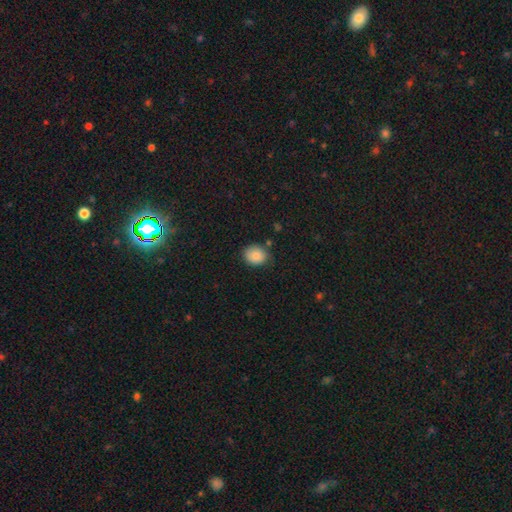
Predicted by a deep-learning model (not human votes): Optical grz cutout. It shows a smooth galaxy with no disk features (84%) that is round (63%). Merging: none (74%).